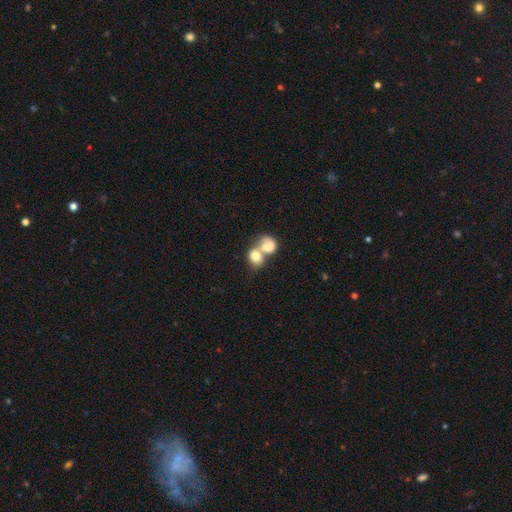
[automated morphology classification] Overall: smooth (65%; featured or disk 27%). How rounded: round (50%; in between 49%). Merging: merger (79%).